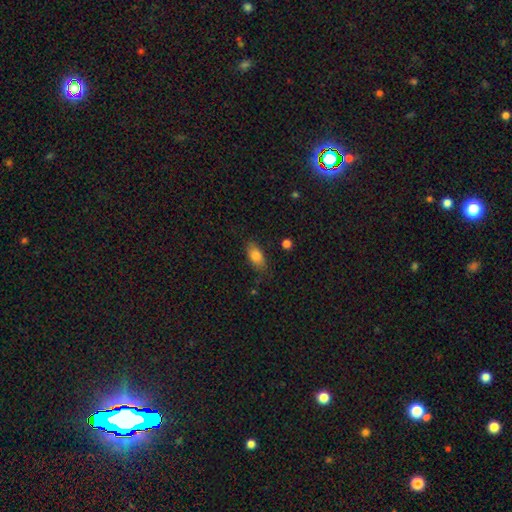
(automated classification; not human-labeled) smooth 82%, featured or disk 10%, star or artifact 8%. Down the decision tree: how rounded — in between (89%); merging — none (78%).